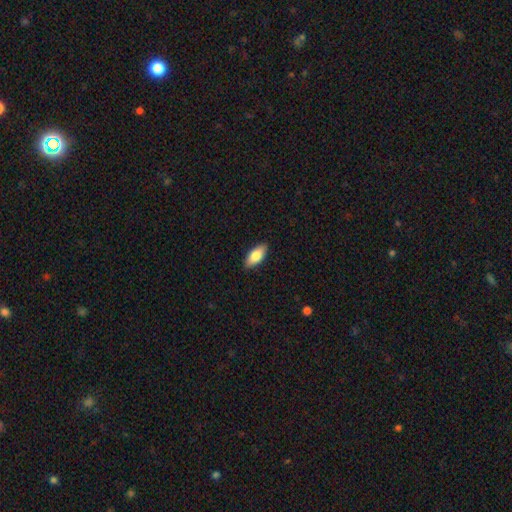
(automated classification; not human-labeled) The model was most divided on "smooth or featured": smooth: 80%, featured or disk: 14%, star or artifact: 6%. More confident: merging — none (88%); how rounded — in between (88%).